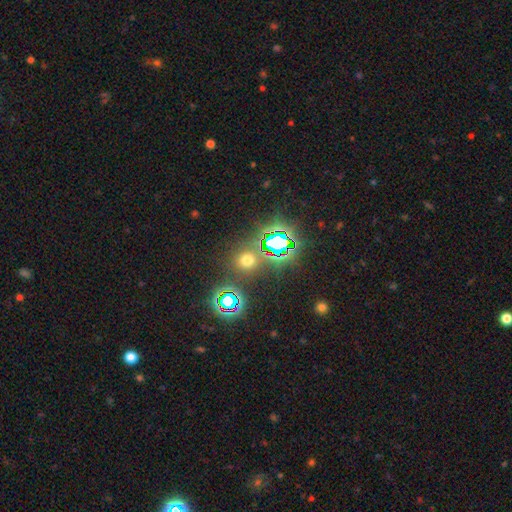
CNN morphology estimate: smooth_or_featured: star or artifact (p=0.78) [alt: smooth p=0.15]